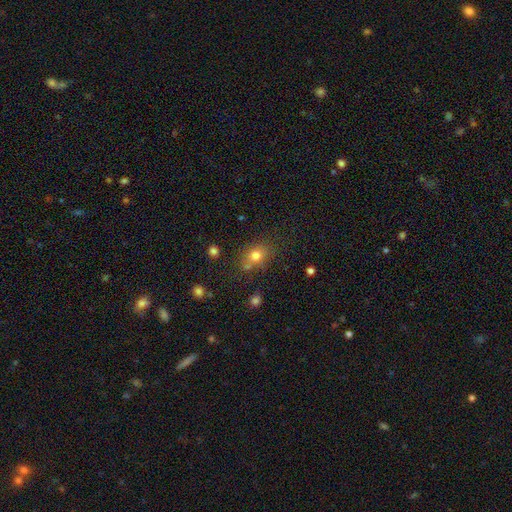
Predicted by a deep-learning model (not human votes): Morphology: type=smooth (76%); roundness=in between (50%); merging=none (66%).